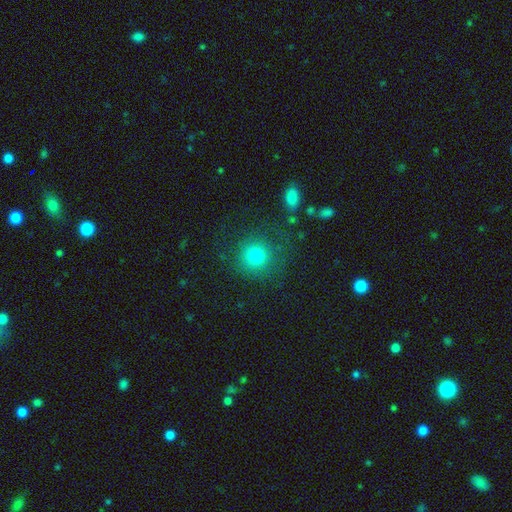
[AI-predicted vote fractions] Smooth or featured? smooth (77%)
How rounded? round (92%)
Merging? none (79%)